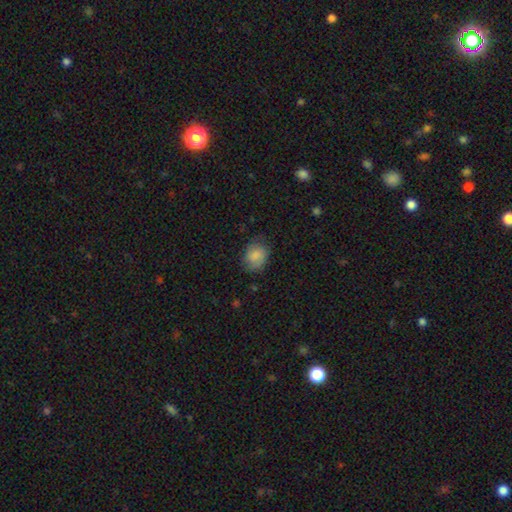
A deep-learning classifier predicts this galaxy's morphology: Smooth or featured? Predicted: smooth (p=0.79). How rounded? Predicted: in between (p=0.64). Merging? Predicted: none (p=0.68).